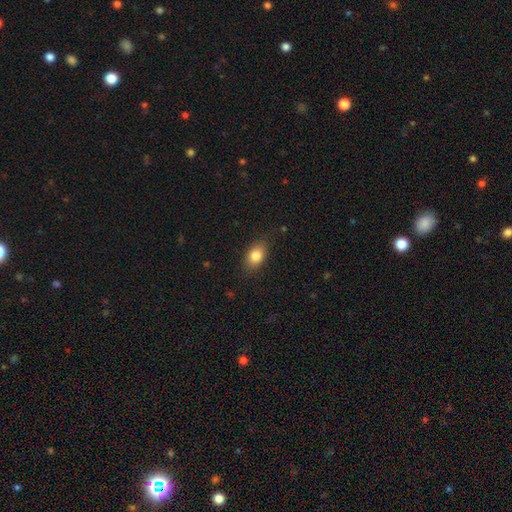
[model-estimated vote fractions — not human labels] This is clearly a smooth galaxy (82%). How rounded: clearly in between (82%). Merging: clearly none (81%).